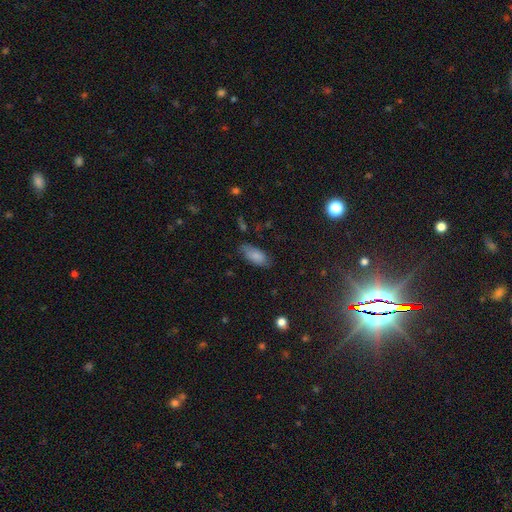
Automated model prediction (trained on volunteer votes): Smooth or featured? Predicted: smooth (p=0.81). How rounded? Predicted: in between (p=0.89). Merging? Predicted: none (p=0.73).